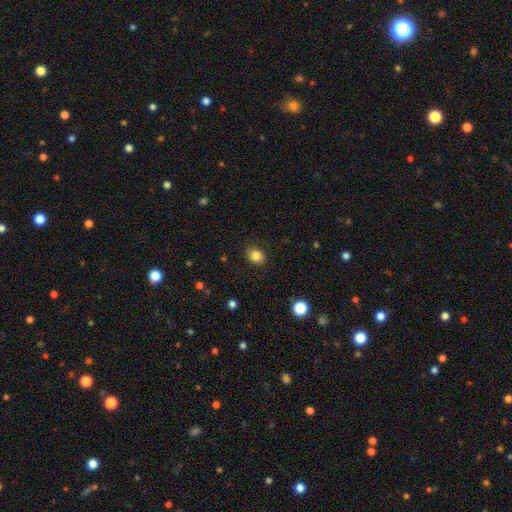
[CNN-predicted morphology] This appears to be a smooth galaxy with no disk features (83%) that is in between round and cigar-shaped (54%). Merging: none (85%).